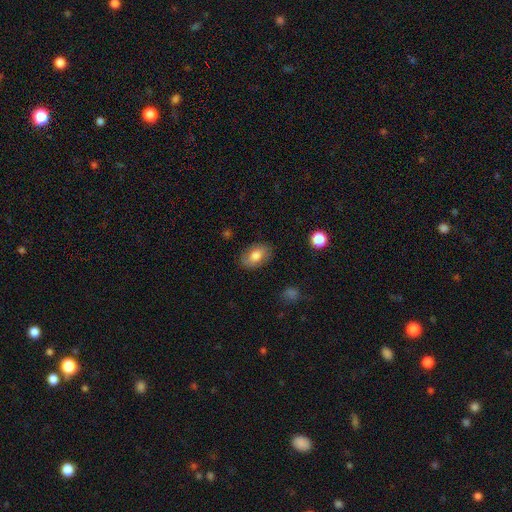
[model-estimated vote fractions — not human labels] smooth_or_featured: smooth (p=0.75) [alt: featured or disk p=0.17]
how_rounded: in between (p=0.88) [alt: round p=0.10]
merging: none (p=0.83) [alt: minor disturbance p=0.12]